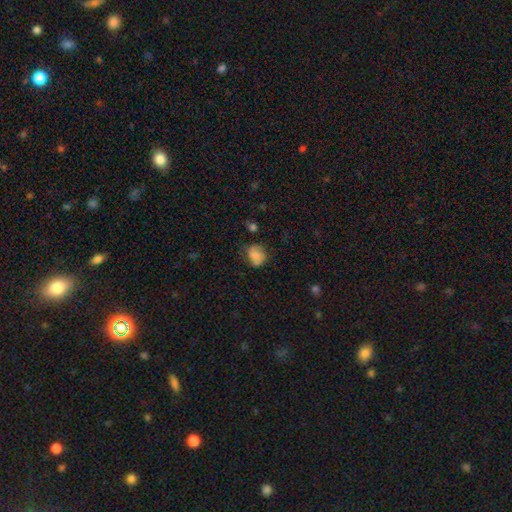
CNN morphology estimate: Smooth or featured: smooth — 70% (featured or disk — 21%)
How rounded: round — 57% (in between — 42%)
Merging: none — 57% (minor disturbance — 30%)